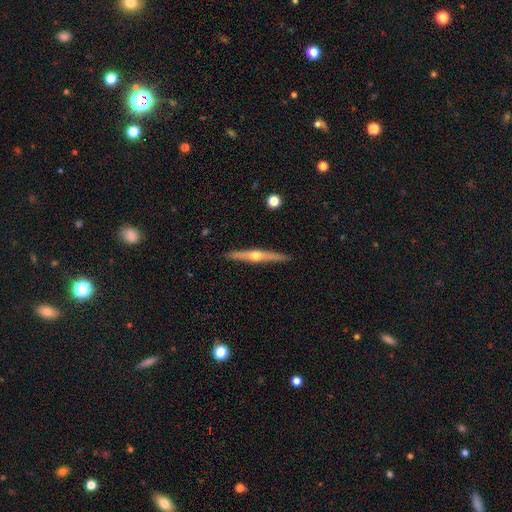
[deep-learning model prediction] This appears to be a featured or disk galaxy (75%) viewed edge-on (98%) with a rounded central bulge (93%). Merging: none (91%).